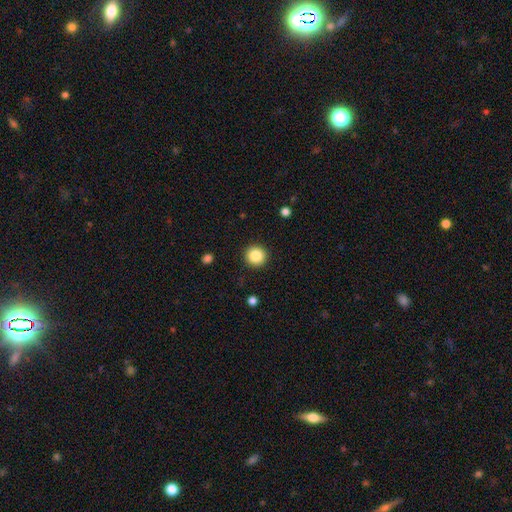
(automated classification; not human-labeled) smooth 87%, star or artifact 10%, featured or disk 4%. Down the decision tree: how rounded — round (95%); merging — none (92%).